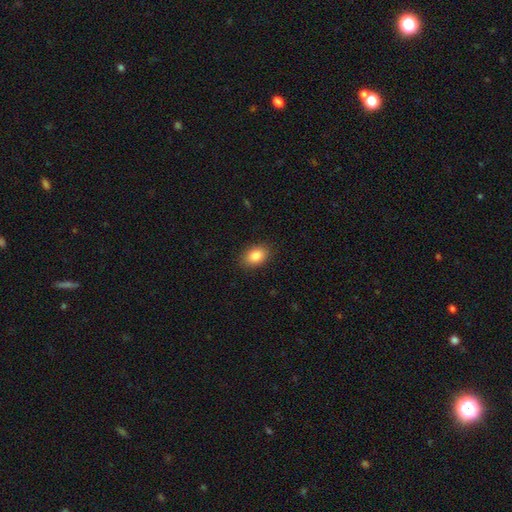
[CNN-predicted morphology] Smooth or featured? Predicted: smooth (p=0.86). How rounded? Predicted: in between (p=0.82). Merging? Predicted: none (p=0.88).